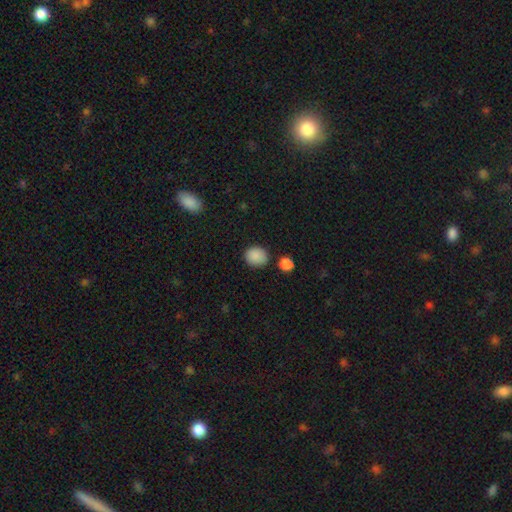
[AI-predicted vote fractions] A smooth galaxy with no disk features (88%) that is round (72%). Merging: none (82%).